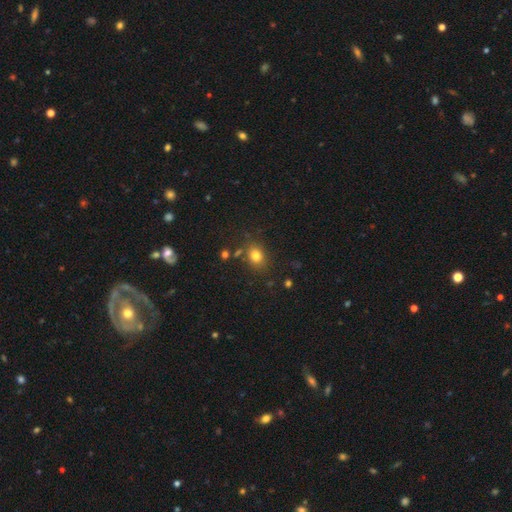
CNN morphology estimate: Q: Smooth or featured?
A: smooth (79%); runner-up: star or artifact (13%)
Q: How rounded?
A: round (52%); runner-up: in between (47%)
Q: Merging?
A: none (78%); runner-up: minor disturbance (12%)